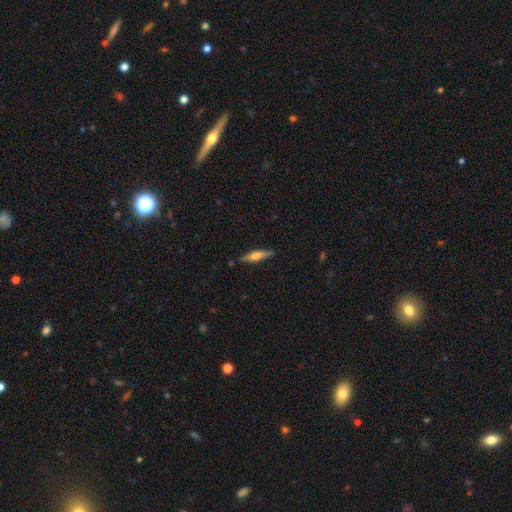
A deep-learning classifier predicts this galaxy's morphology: smooth-or-featured: smooth: 47% (tied) | featured or disk: 47% (tied) | star or artifact: 6%
  merging: none: 85% | minor disturbance: 11% | major disturbance: 2% | merger: 2%